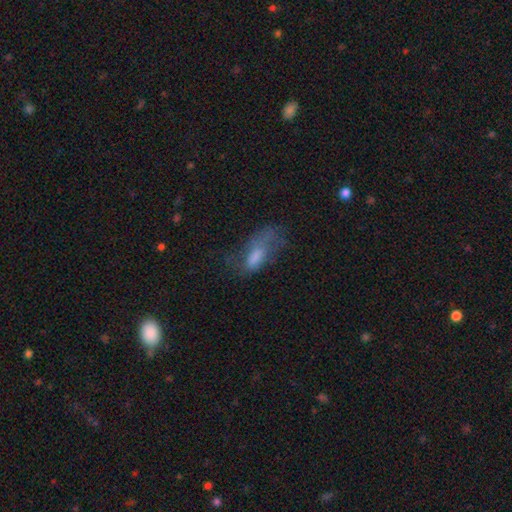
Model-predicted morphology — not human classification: A smooth galaxy with no disk features (57%) that is in between round and cigar-shaped (75%).

Vote fractions:
- Smooth or featured? smooth: 57% / featured or disk: 30% / star or artifact: 13%
- How rounded? in between: 75% / cigar-shaped: 21% / round: 4%
- Merging? major disturbance: 37% / none: 34% / minor disturbance: 26% / merger: 3%